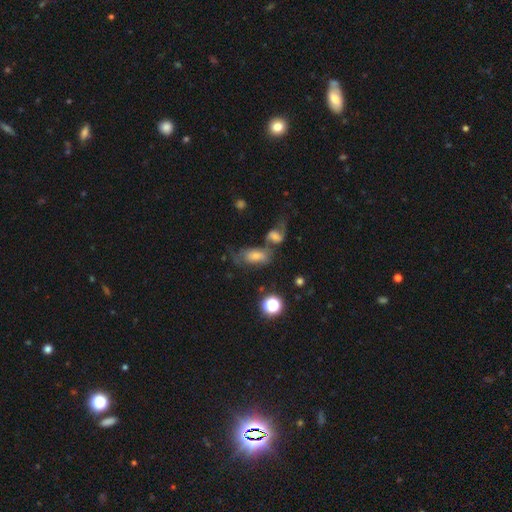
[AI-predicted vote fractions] Smooth or featured? Predicted: smooth (p=0.51). How rounded? Predicted: in between (p=0.82). Merging? Predicted: merger (p=0.35, tied with none).